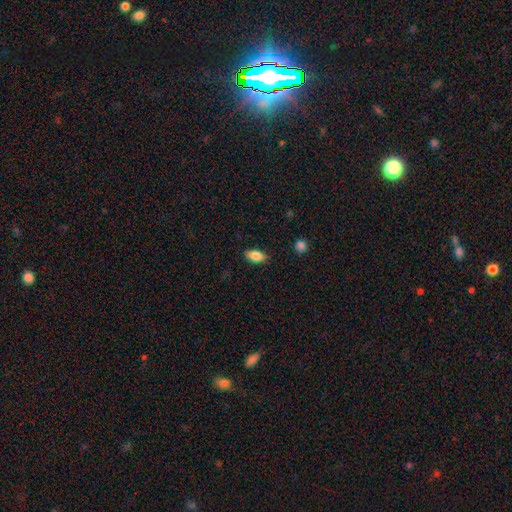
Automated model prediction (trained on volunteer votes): Smooth or featured? smooth (83%)
How rounded? in between (88%)
Merging? none (86%)